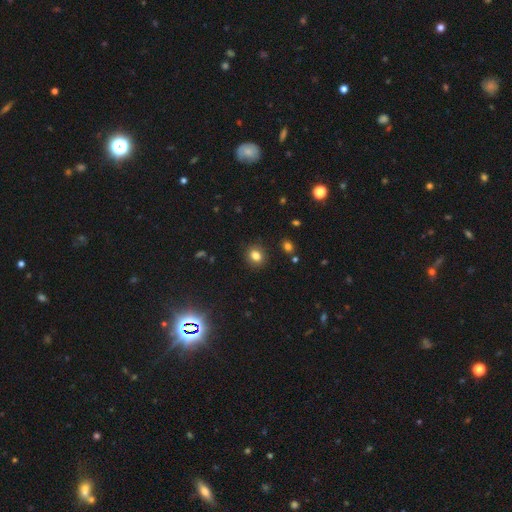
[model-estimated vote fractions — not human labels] Smooth or featured: smooth — 81% (star or artifact — 13%)
How rounded: round — 69% (in between — 30%)
Merging: none — 89% (minor disturbance — 8%)